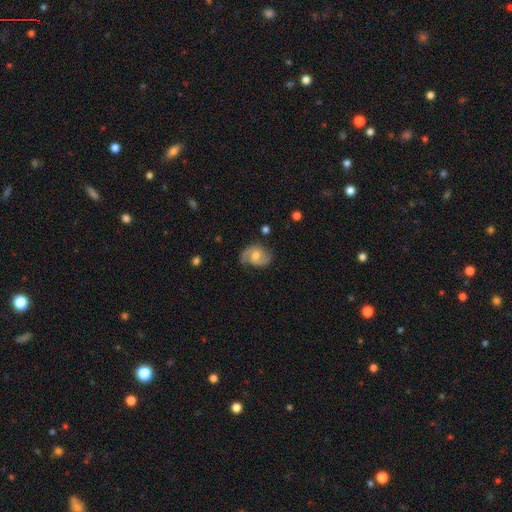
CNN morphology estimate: smooth_or_featured: featured or disk (p=0.77) [alt: smooth p=0.17]
disk_edge_on: no (p=0.97) [alt: yes p=0.03]
bar: no (p=0.48) [alt: weak p=0.44]
has_spiral_arms: yes (p=0.94) [alt: no p=0.06]
spiral_winding: medium (p=0.50) [alt: tight p=0.25]
spiral_arm_count: 2 (p=0.84) [alt: 1 p=0.07]
bulge_size: moderate (p=0.57) [alt: small p=0.34]
merging: none (p=0.70) [alt: minor disturbance p=0.21]